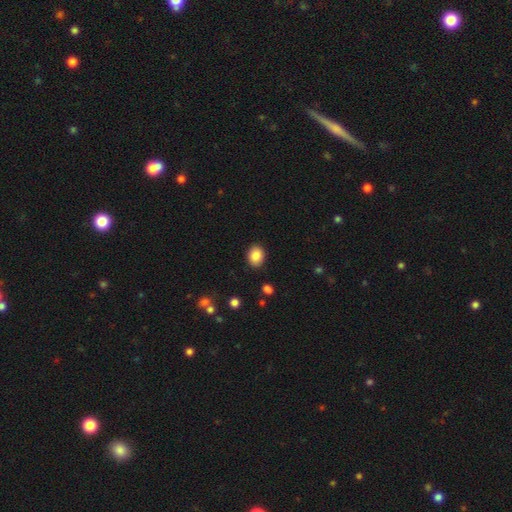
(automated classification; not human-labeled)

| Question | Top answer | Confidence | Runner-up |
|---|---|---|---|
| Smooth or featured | smooth | 87% | star or artifact (8%) |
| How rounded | in between | 61% | round (38%) |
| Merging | none | 89% | minor disturbance (8%) |